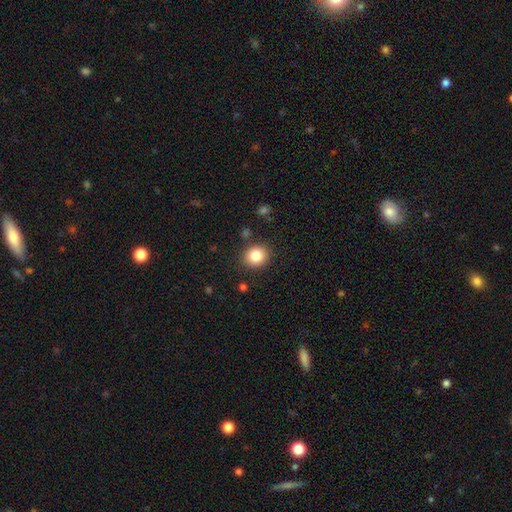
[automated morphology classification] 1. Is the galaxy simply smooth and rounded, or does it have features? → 84% smooth, 10% star or artifact, 6% featured or disk.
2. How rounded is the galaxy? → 77% round, 22% in between, 1% cigar-shaped.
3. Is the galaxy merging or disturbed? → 88% none, 7% minor disturbance, 2% major disturbance, 2% merger.